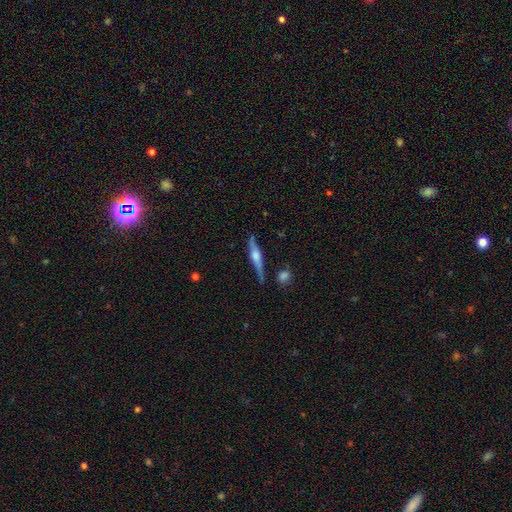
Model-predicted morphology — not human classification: smooth_or_featured: featured or disk (p=0.76) [alt: smooth p=0.18]
disk_edge_on: yes (p=0.97) [alt: no p=0.03]
edge_on_bulge: rounded (p=0.85) [alt: boxy p=0.12]
merging: none (p=0.79) [alt: minor disturbance p=0.14]